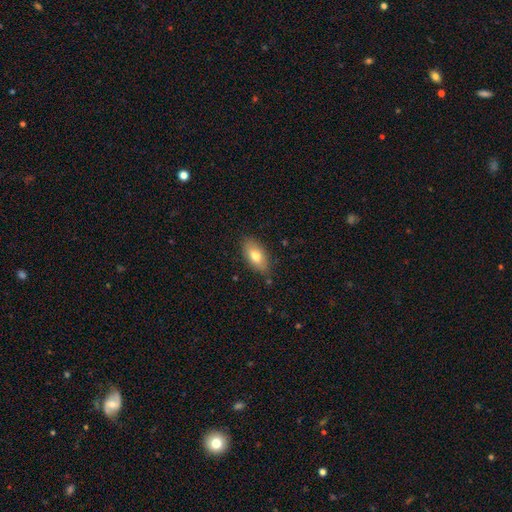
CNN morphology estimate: smooth_or_featured: smooth (p=0.75) [alt: featured or disk p=0.18]
how_rounded: in between (p=0.89) [alt: cigar-shaped p=0.07]
merging: none (p=0.81) [alt: minor disturbance p=0.14]